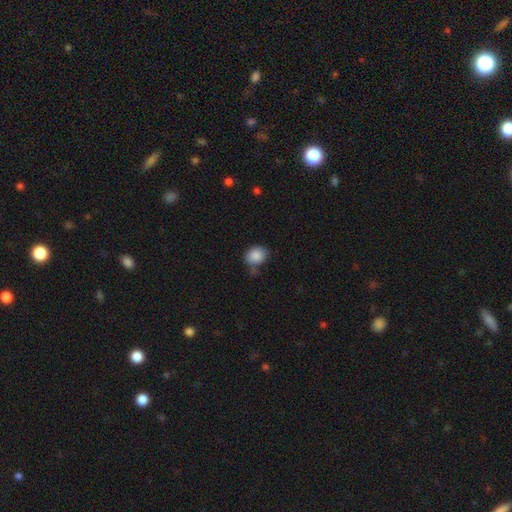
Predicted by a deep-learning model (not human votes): Smooth or featured?
  - smooth: 87% *
  - star or artifact: 8%
  - featured or disk: 4%
How rounded?
  - round: 55% *
  - in between: 44%
  - cigar-shaped: 1%
Merging?
  - none: 62% *
  - minor disturbance: 22%
  - merger: 9%
  - major disturbance: 7%